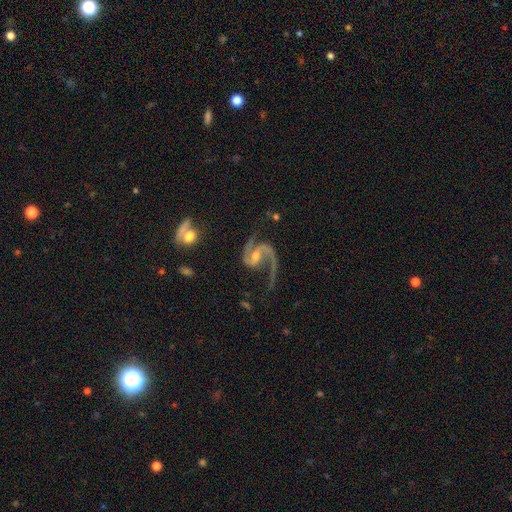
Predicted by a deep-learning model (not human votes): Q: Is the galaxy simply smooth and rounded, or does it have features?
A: featured or disk — 94%.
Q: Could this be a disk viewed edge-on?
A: no — 98%.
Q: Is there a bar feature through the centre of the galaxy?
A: weak — 44%.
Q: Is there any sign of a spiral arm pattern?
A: yes — 98%.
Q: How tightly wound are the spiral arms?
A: medium — 55%.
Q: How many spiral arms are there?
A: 2 — 92%.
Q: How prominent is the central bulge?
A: moderate — 53%.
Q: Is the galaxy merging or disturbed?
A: none — 65%.